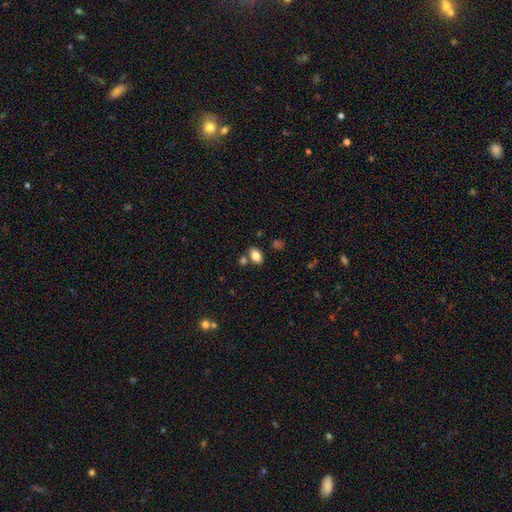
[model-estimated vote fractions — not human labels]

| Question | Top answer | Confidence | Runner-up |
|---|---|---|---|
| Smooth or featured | smooth | 82% | featured or disk (9%) |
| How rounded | in between | 87% | round (11%) |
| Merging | none | 72% | merger (14%) |